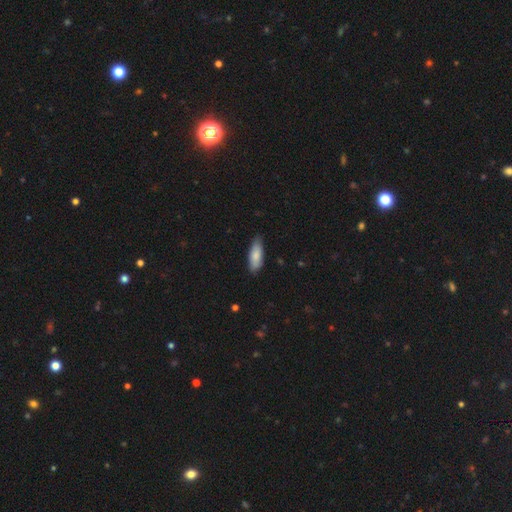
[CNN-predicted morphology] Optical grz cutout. It shows a smooth galaxy with no disk features (82%) that is in between round and cigar-shaped (67%). Merging: none (80%).